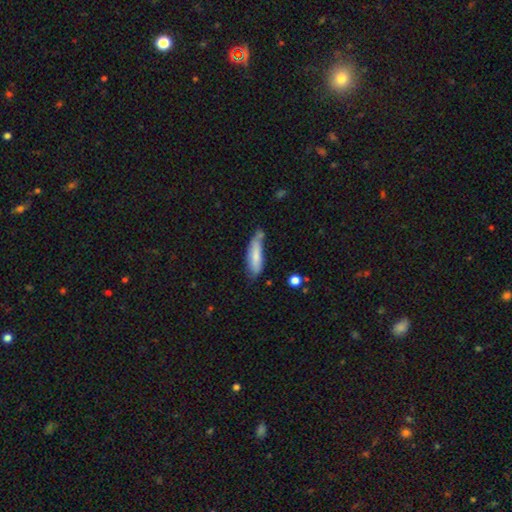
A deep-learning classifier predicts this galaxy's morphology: Smooth or featured?
  - smooth: 74% *
  - featured or disk: 20%
  - star or artifact: 6%
How rounded?
  - cigar-shaped: 57% *
  - in between: 41%
  - round: 2%
Merging?
  - none: 48% *
  - minor disturbance: 33%
  - merger: 11%
  - major disturbance: 9%